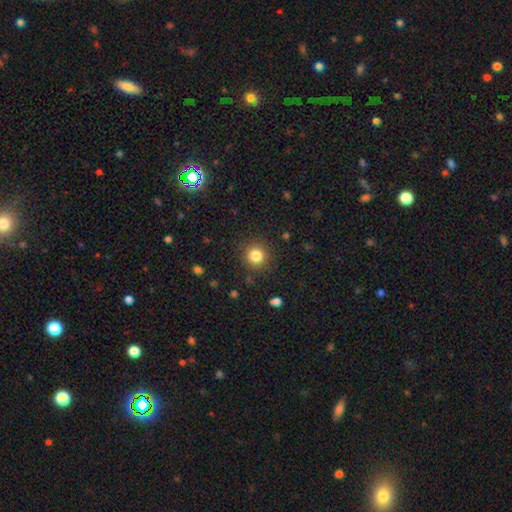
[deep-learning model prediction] Smooth or featured: smooth — 82% (star or artifact — 12%)
How rounded: round — 94% (in between — 5%)
Merging: none — 89% (minor disturbance — 7%)